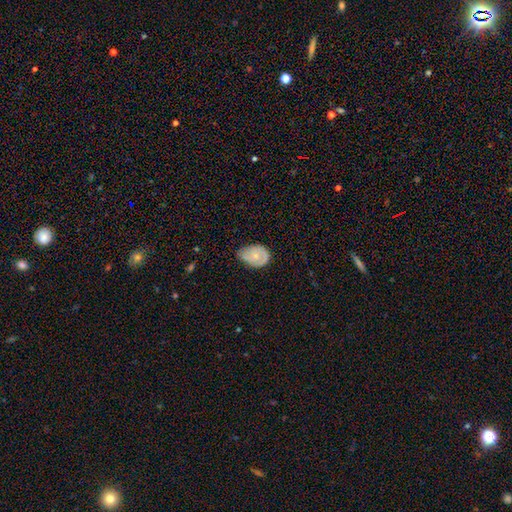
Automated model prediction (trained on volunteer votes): smooth 51%, featured or disk 43%, star or artifact 6%. Down the decision tree: how rounded — in between (72%); merging — minor disturbance (47%).